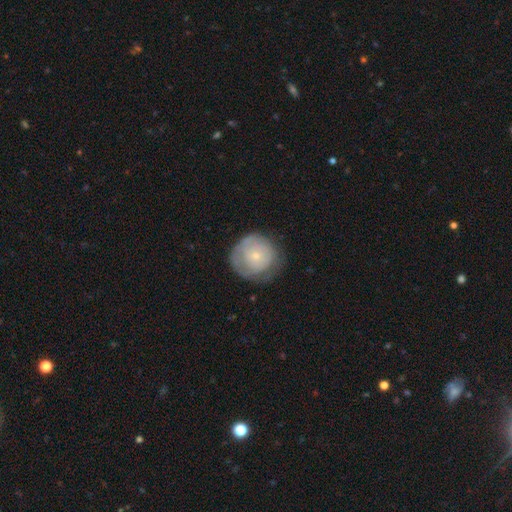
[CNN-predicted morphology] A smooth galaxy with no disk features (57%) that is round (91%).

Vote fractions:
- Smooth or featured? smooth: 57% / featured or disk: 37% / star or artifact: 6%
- How rounded? round: 91% / in between: 8% / cigar-shaped: 1%
- Merging? none: 65% / minor disturbance: 23% / major disturbance: 11% / merger: 1%